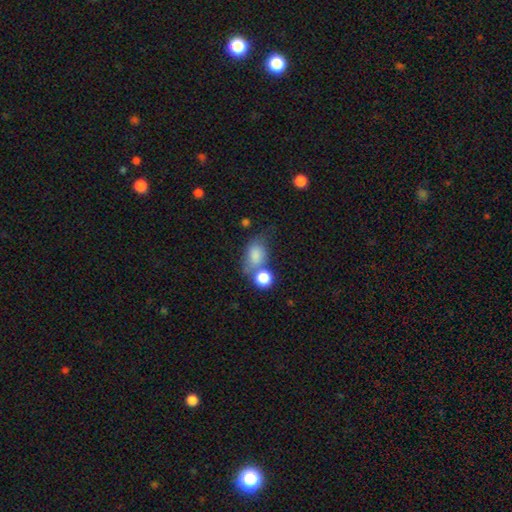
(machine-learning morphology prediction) This appears to be a smooth galaxy with no disk features (80%) that is in between round and cigar-shaped (74%). Merging: none (37%).